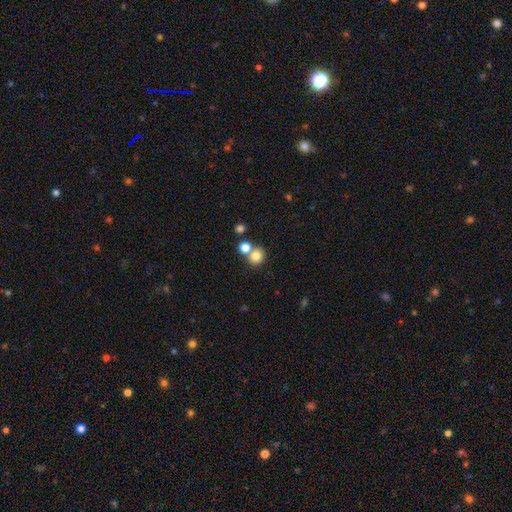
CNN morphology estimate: type=smooth (80%); roundness=round (83%); merging=none (56%).